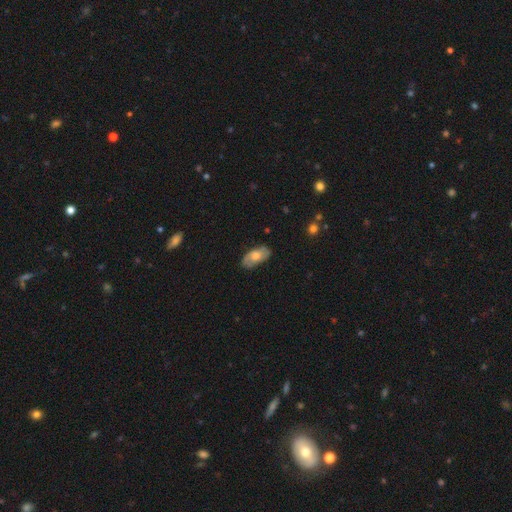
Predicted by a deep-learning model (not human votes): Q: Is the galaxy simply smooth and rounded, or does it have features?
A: featured or disk — 47%.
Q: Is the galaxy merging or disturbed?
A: none — 79%.